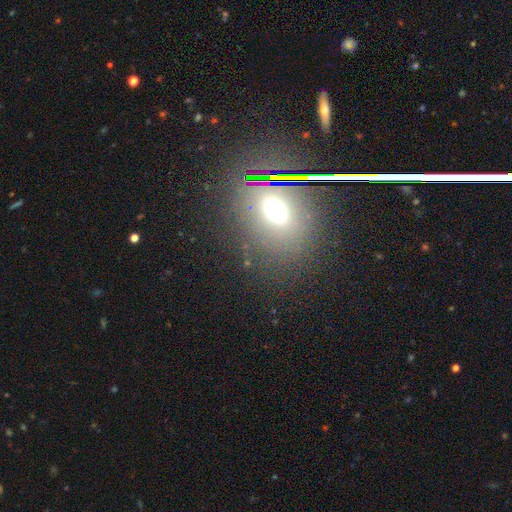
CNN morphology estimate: smooth-or-featured: star or artifact: 47% | smooth: 36% | featured or disk: 17%